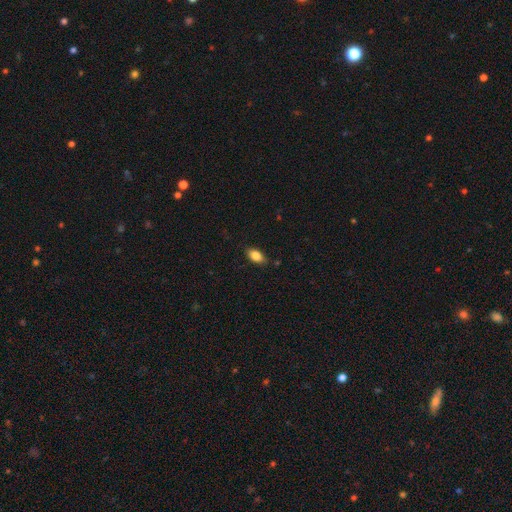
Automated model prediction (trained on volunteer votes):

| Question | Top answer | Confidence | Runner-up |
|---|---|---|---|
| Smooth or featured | smooth | 85% | star or artifact (8%) |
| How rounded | in between | 89% | round (7%) |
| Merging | none | 84% | minor disturbance (12%) |